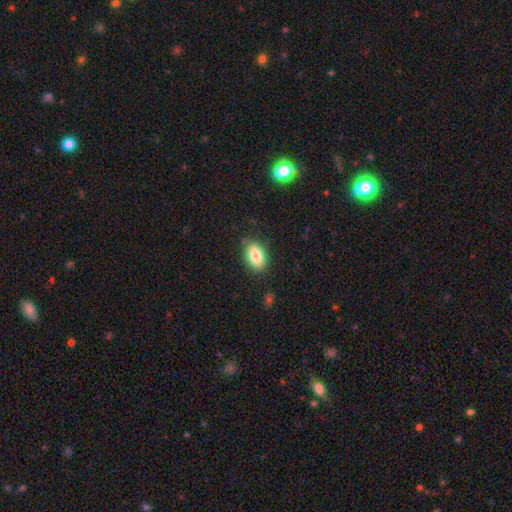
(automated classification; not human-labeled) A smooth galaxy with no disk features (82%) that is in between round and cigar-shaped (88%). Merging: none (83%).